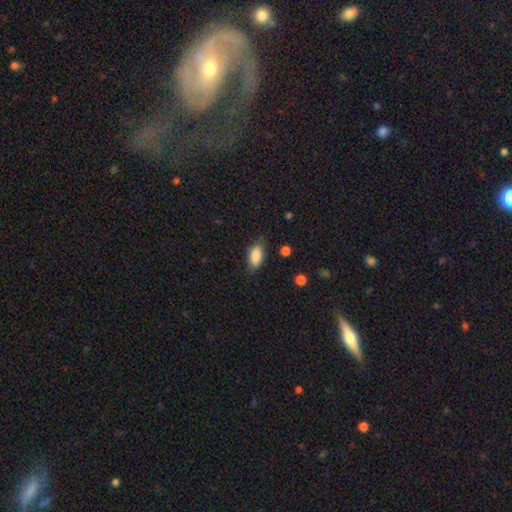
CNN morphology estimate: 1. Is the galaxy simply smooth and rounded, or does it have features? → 85% smooth, 8% featured or disk, 7% star or artifact.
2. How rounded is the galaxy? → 90% in between, 7% cigar-shaped, 4% round.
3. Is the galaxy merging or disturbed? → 78% none, 17% minor disturbance, 4% major disturbance, 1% merger.